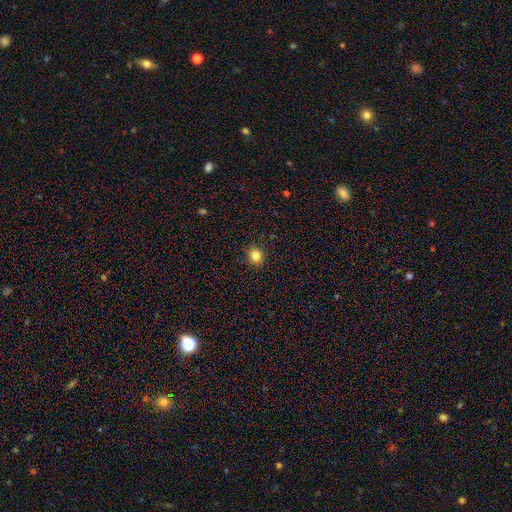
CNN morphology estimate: Smooth or featured: smooth — 83% (star or artifact — 12%)
How rounded: round — 82% (in between — 17%)
Merging: none — 91% (minor disturbance — 6%)